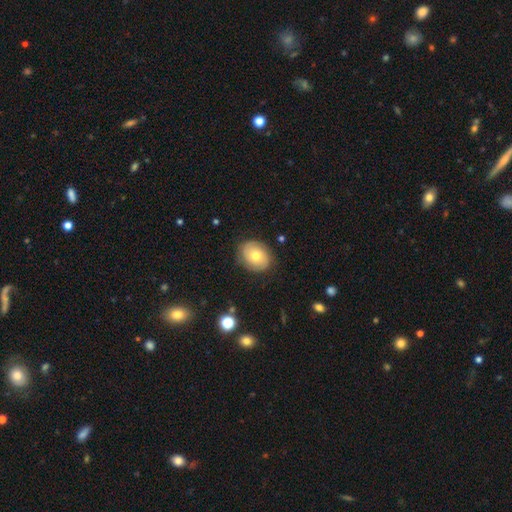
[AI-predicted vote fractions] smooth 56%, featured or disk 35%, star or artifact 9%. Down the decision tree: how rounded — round (54%); merging — none (82%).